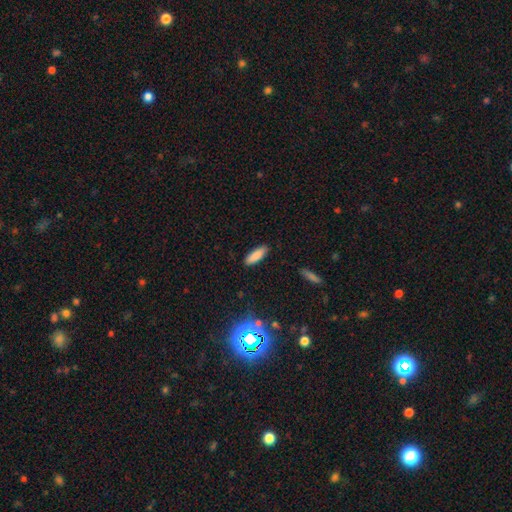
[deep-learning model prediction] Overall: smooth (84%). How rounded: in between (60%; cigar-shaped 39%). Merging: none (88%).